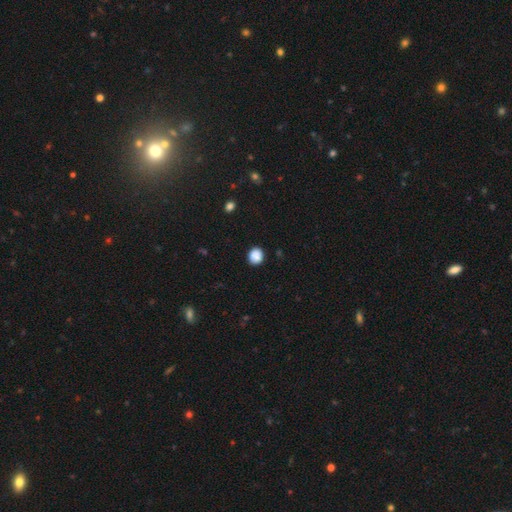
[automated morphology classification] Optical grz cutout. It shows a smooth galaxy with no disk features (88%) that is round (82%). Merging: none (87%).